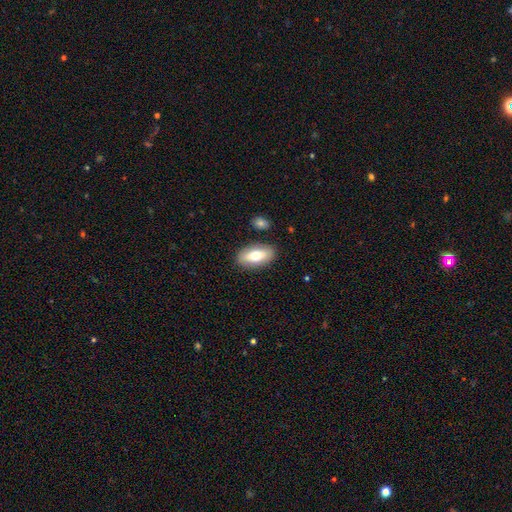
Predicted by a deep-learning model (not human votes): A smooth galaxy with no disk features (67%) that is in between round and cigar-shaped (90%). Merging: none (84%).